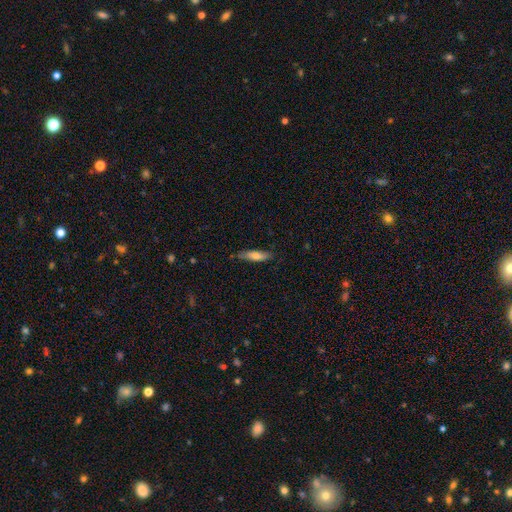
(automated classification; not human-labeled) Morphology: type=smooth (70%); roundness=cigar-shaped (69%); merging=none (80%).